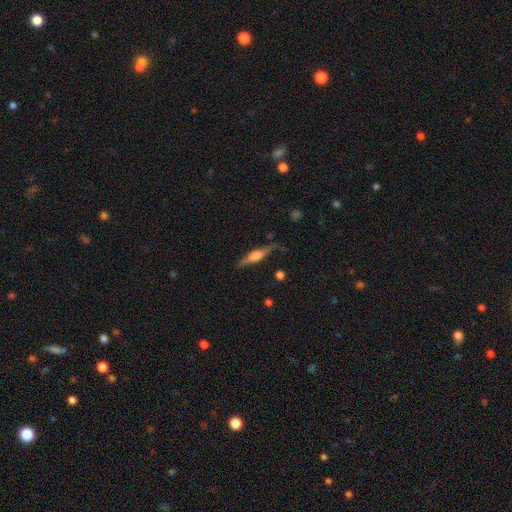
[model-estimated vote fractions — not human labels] smooth-or-featured: featured or disk: 67% | smooth: 27% | star or artifact: 6%
  disk-edge-on: yes: 95% | no: 5%
    edge-on-bulge: rounded: 86% | boxy: 11% | none: 3%
  merging: none: 73% | minor disturbance: 19% | major disturbance: 6% | merger: 3%